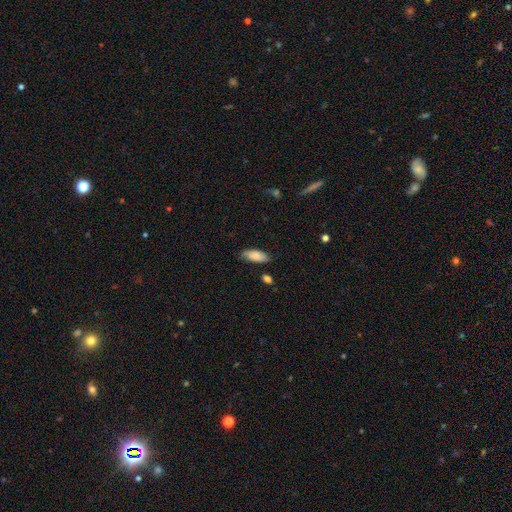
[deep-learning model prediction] This is clearly a smooth galaxy (83%). How rounded: clearly in between (84%). Merging: likely none (76%).